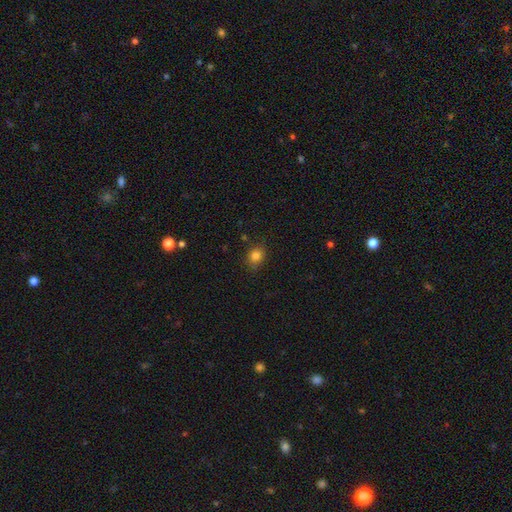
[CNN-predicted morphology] Overall: smooth (82%). How rounded: round (59%; in between 40%). Merging: none (84%).